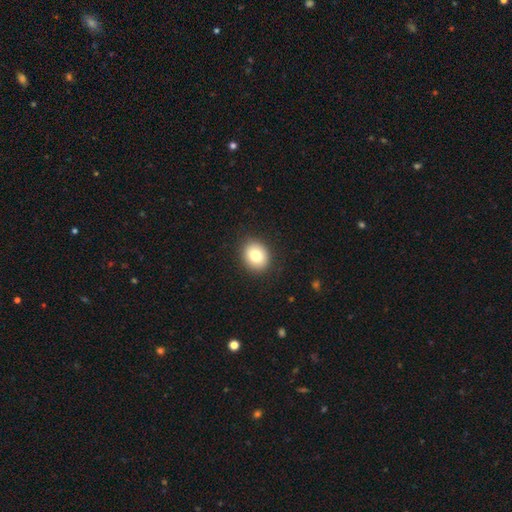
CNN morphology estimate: Overall: smooth (81%). How rounded: round (58%; in between 41%). Merging: none (89%).